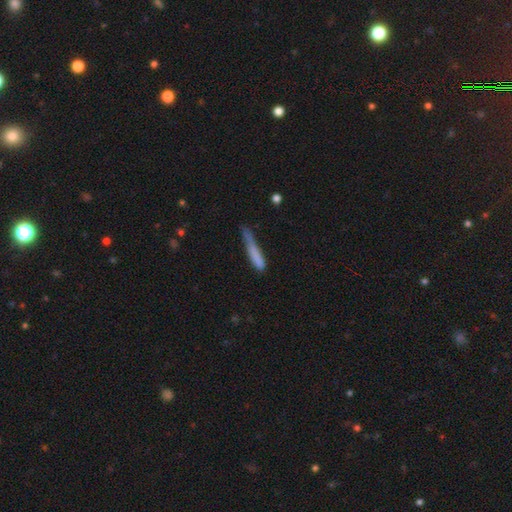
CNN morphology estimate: smooth 75%, featured or disk 17%, star or artifact 8%. Down the decision tree: how rounded — cigar-shaped (91%); merging — none (44%).